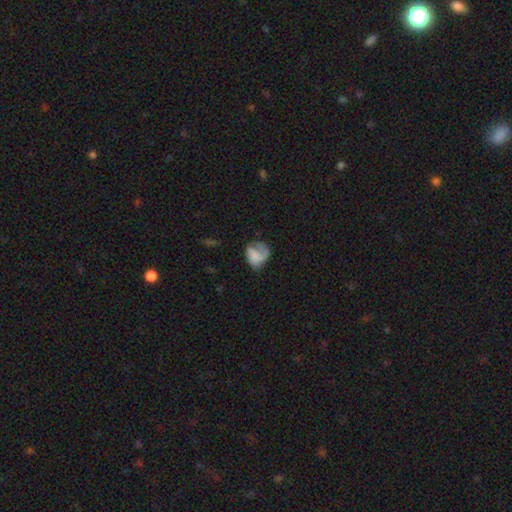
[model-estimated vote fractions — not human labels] Overall: smooth (58%; featured or disk 33%). How rounded: in between (50%; round 49%). Merging: none (36%; major disturbance 32%).